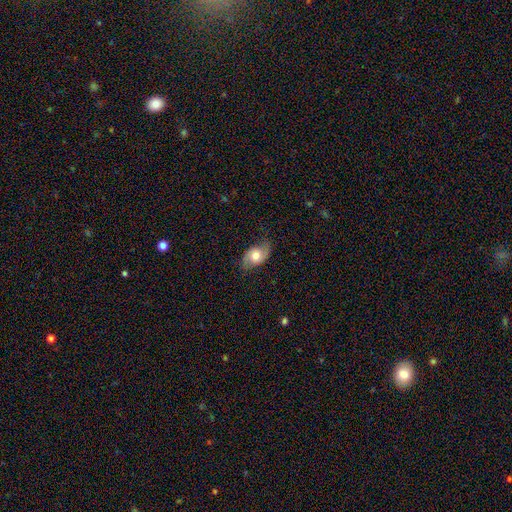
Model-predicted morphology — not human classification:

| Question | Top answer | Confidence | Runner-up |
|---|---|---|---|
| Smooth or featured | featured or disk | 55% | smooth (38%) |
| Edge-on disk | no | 94% | yes (6%) |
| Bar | no | 71% | weak (24%) |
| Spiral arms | yes | 84% | no (16%) |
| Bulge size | moderate | 63% | large (24%) |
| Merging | none | 71% | minor disturbance (21%) |